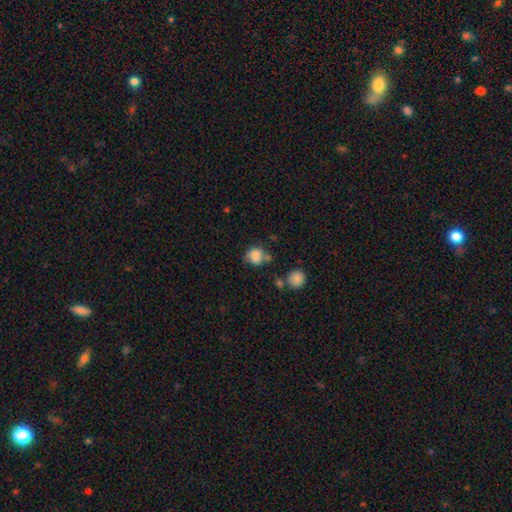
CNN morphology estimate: A smooth galaxy with no disk features (79%) that is round (79%).

Vote fractions:
- Smooth or featured? smooth: 79% / featured or disk: 11% / star or artifact: 10%
- How rounded? round: 79% / in between: 21% / cigar-shaped: 1%
- Merging? none: 55% / minor disturbance: 26% / merger: 10% / major disturbance: 10%